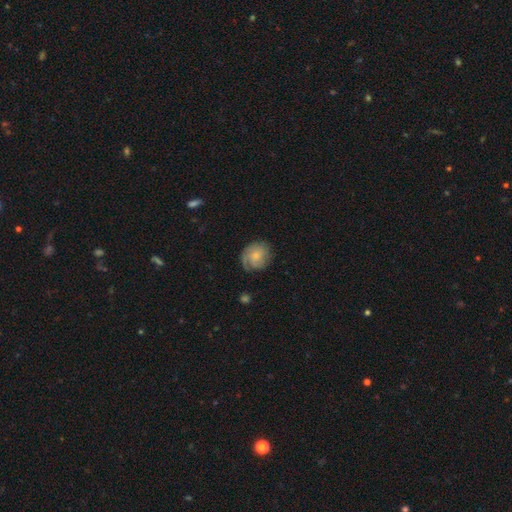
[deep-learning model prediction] Overall: smooth (48%; featured or disk 44%). Merging: none (68%).